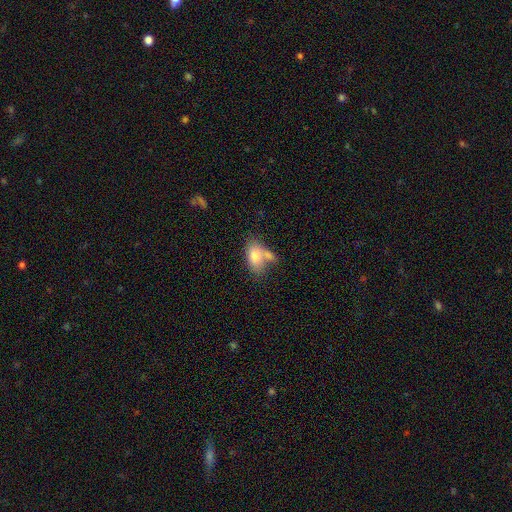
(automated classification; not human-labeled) Overall: smooth (77%). How rounded: in between (89%). Merging: merger (44%; none 32%).